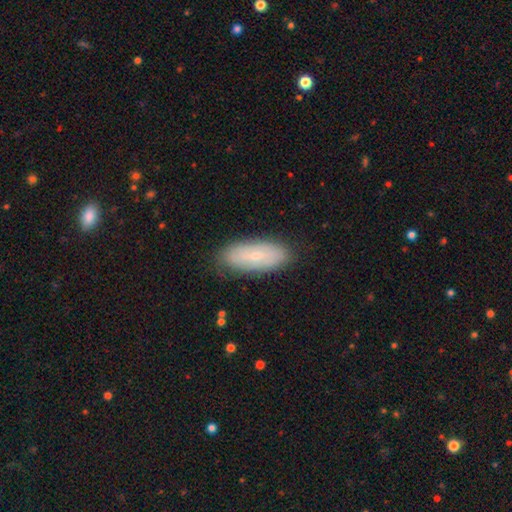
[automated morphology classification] This appears to be a smooth galaxy with no disk features (59%) that is in between round and cigar-shaped (81%). Merging: none (85%).